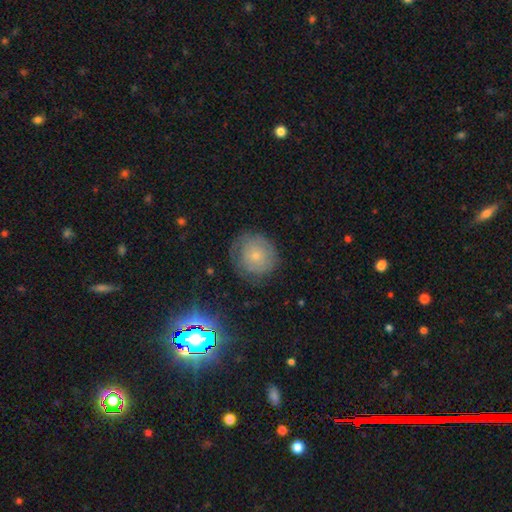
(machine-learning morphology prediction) This appears to be a smooth galaxy with no disk features (57%) that is round (89%). Merging: none (70%).